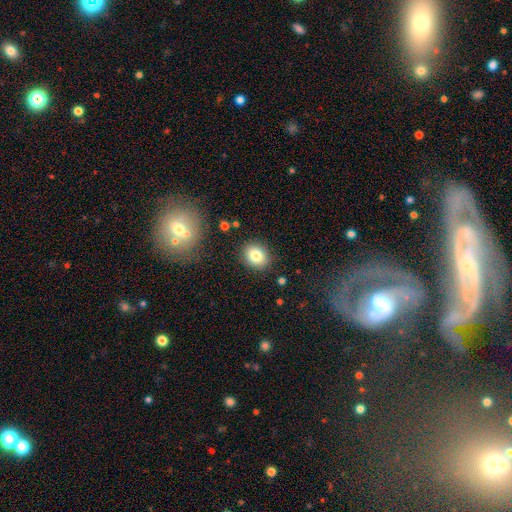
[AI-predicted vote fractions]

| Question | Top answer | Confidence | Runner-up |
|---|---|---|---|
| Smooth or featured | smooth | 81% | star or artifact (10%) |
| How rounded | round | 60% | in between (39%) |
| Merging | none | 87% | minor disturbance (8%) |